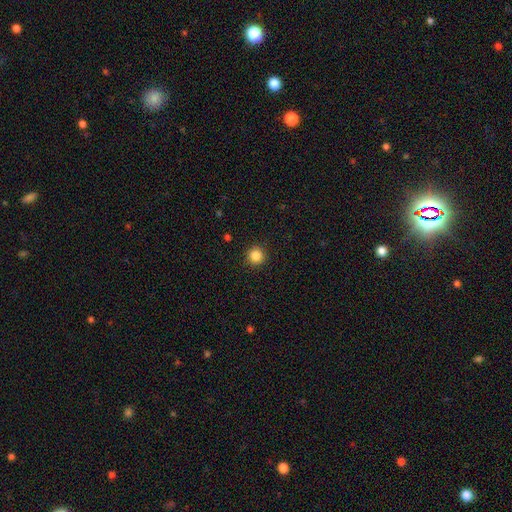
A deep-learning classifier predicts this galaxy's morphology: Smooth or featured: smooth — 85% (star or artifact — 11%)
How rounded: round — 95% (in between — 4%)
Merging: none — 92% (minor disturbance — 5%)